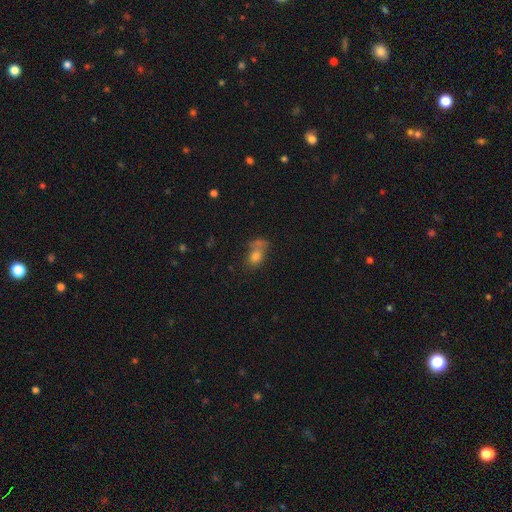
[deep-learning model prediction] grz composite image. It shows a smooth galaxy with no disk features (70%) that is in between round and cigar-shaped (60%). Merging: none (37%).